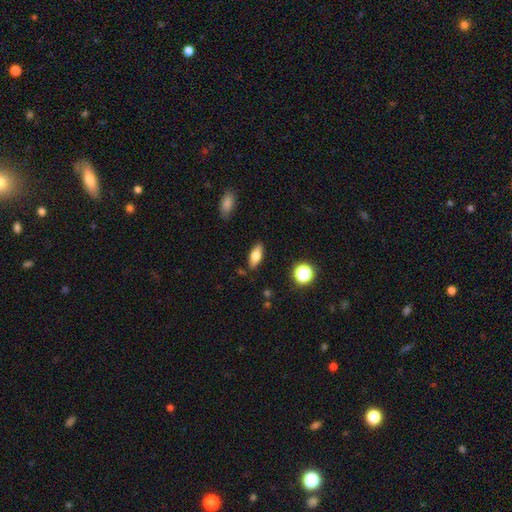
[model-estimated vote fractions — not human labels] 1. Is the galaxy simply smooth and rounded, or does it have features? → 70% smooth, 21% featured or disk, 9% star or artifact.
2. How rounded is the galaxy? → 76% in between, 20% cigar-shaped, 4% round.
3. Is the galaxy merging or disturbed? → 85% none, 10% minor disturbance, 2% major disturbance, 2% merger.